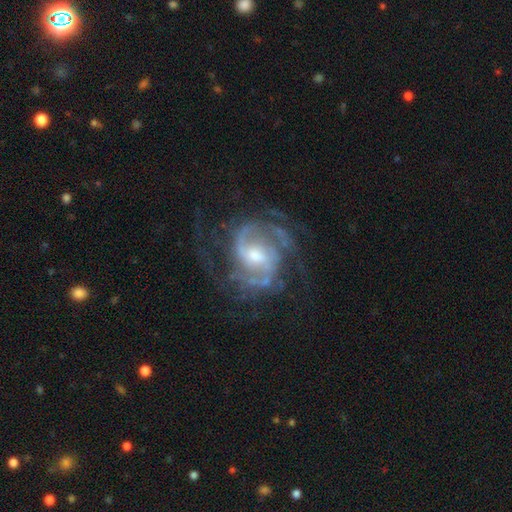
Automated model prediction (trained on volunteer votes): This appears to be a featured or disk galaxy (91%) with a weak bar (49%), 2 (63%) medium (51%) spiral arms (97%) and a moderate central bulge (57%). Merging: none (66%).